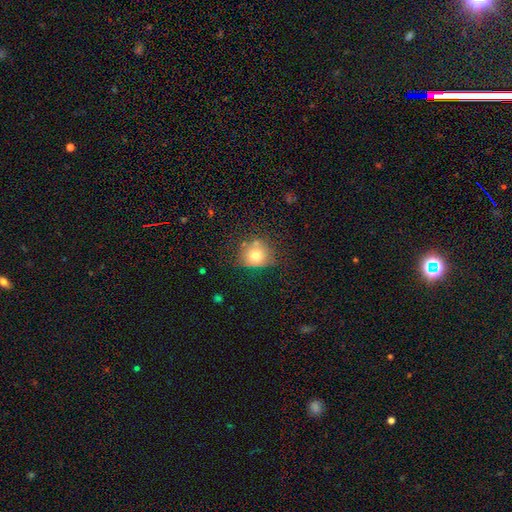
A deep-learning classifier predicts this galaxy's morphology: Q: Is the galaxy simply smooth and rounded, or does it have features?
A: smooth — 72%.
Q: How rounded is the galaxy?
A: round — 81%.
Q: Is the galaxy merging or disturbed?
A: none — 63%.